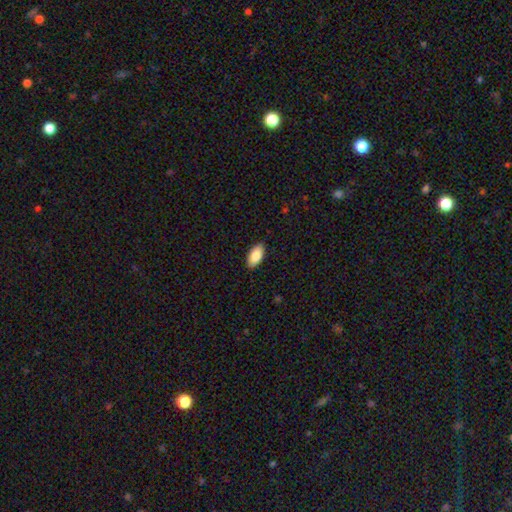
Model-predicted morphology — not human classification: Q: Smooth or featured?
A: smooth (84%); runner-up: featured or disk (9%)
Q: How rounded?
A: in between (93%); runner-up: cigar-shaped (4%)
Q: Merging?
A: none (89%); runner-up: minor disturbance (8%)